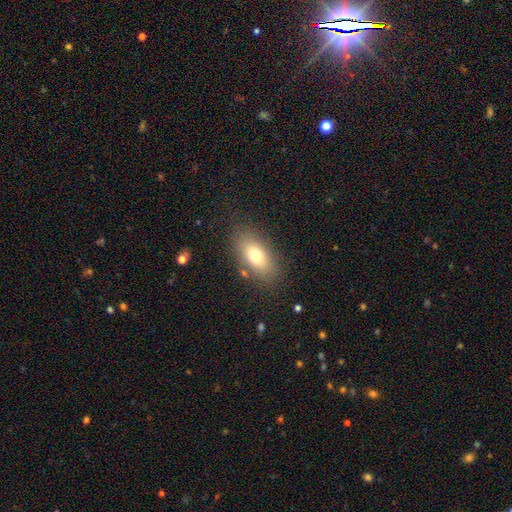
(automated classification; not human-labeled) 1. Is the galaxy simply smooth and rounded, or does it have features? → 73% smooth, 17% featured or disk, 10% star or artifact.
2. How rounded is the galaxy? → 88% in between, 8% round, 5% cigar-shaped.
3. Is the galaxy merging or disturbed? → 80% none, 12% minor disturbance, 5% major disturbance, 3% merger.